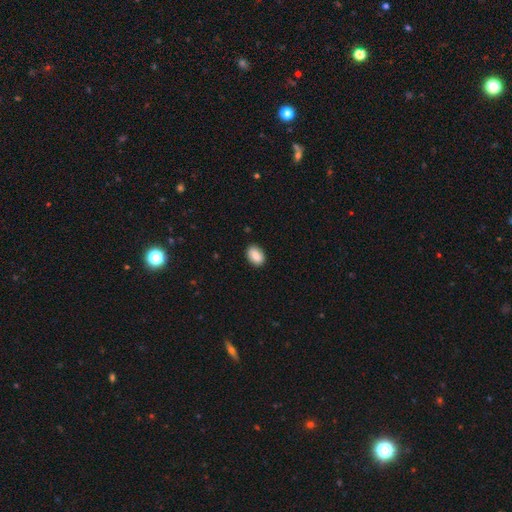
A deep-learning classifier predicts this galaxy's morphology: Smooth or featured: smooth — 88% (star or artifact — 7%)
How rounded: in between — 86% (round — 12%)
Merging: none — 86% (minor disturbance — 10%)